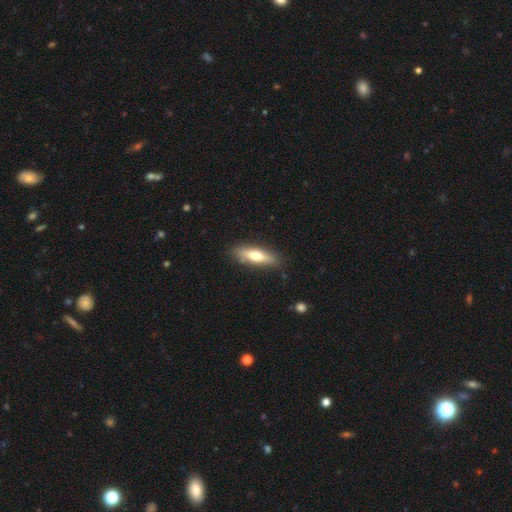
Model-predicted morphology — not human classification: Smooth or featured?
  - smooth: 59% *
  - featured or disk: 35%
  - star or artifact: 6%
How rounded?
  - cigar-shaped: 64% *
  - in between: 34%
  - round: 2%
Merging?
  - none: 86% *
  - minor disturbance: 10%
  - major disturbance: 2%
  - merger: 1%